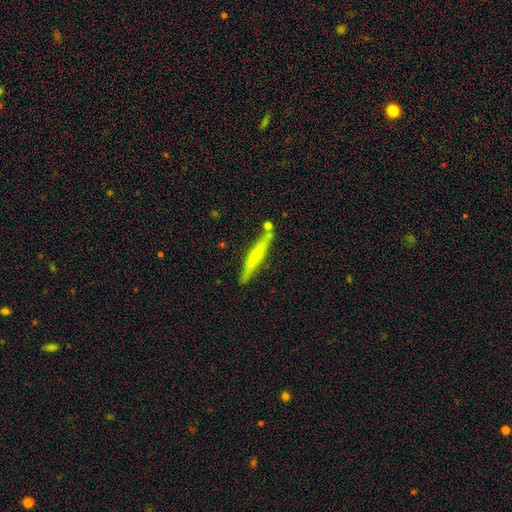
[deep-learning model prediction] The model was most divided on "smooth or featured": smooth: 51%, featured or disk: 43%, star or artifact: 6%. More confident: how rounded — cigar-shaped (95%); merging — none (80%).